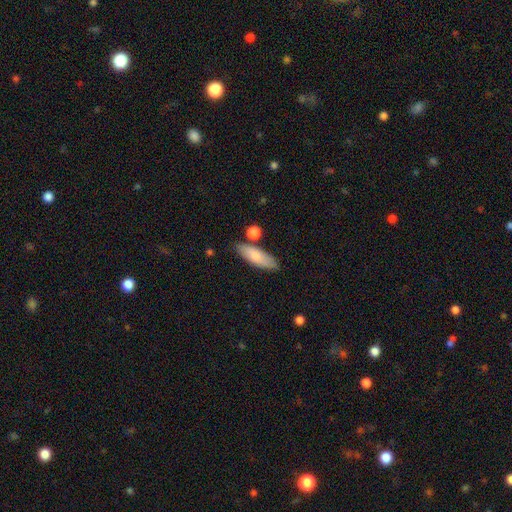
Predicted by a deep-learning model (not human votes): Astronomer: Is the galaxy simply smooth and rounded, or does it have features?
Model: smooth — 77%.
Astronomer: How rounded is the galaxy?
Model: in between — 58% (runner-up: cigar-shaped, 40%).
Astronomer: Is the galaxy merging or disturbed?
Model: none — 75%.